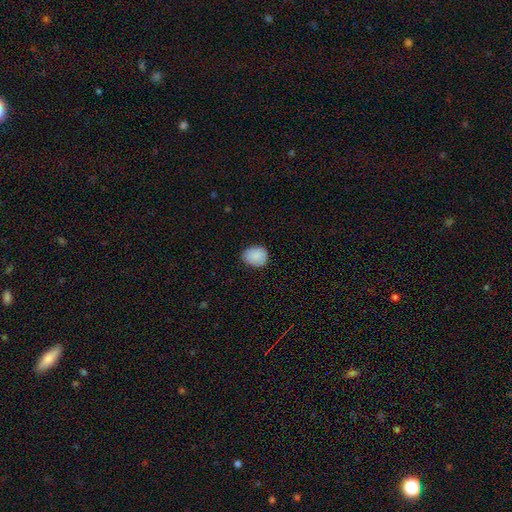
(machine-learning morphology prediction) A smooth galaxy with no disk features (88%) that is round (57%).

Vote fractions:
- Smooth or featured? smooth: 88% / star or artifact: 7% / featured or disk: 5%
- How rounded? round: 57% / in between: 42% / cigar-shaped: 1%
- Merging? none: 78% / minor disturbance: 18% / major disturbance: 3% / merger: 1%